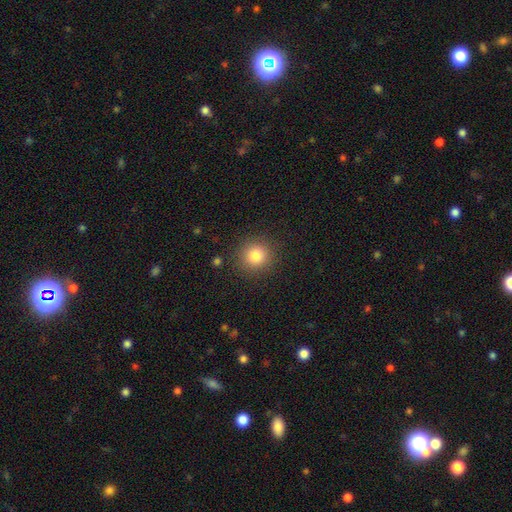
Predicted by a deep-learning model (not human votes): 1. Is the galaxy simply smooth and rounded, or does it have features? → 82% smooth, 12% star or artifact, 7% featured or disk.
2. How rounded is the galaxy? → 92% round, 7% in between, 1% cigar-shaped.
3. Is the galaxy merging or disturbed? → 89% none, 7% minor disturbance, 3% major disturbance, 1% merger.